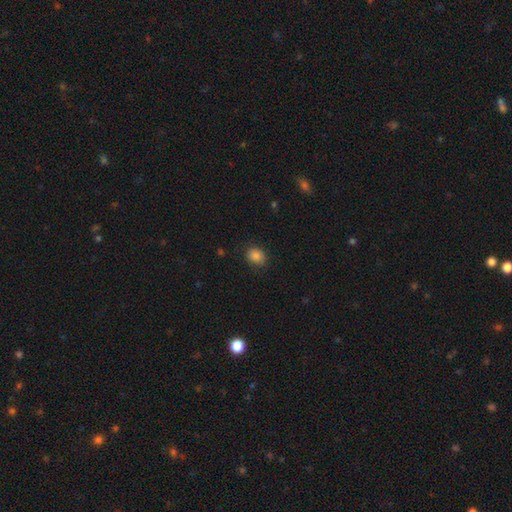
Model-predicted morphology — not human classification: Overall: smooth (86%). How rounded: round (55%; in between 44%). Merging: none (83%).